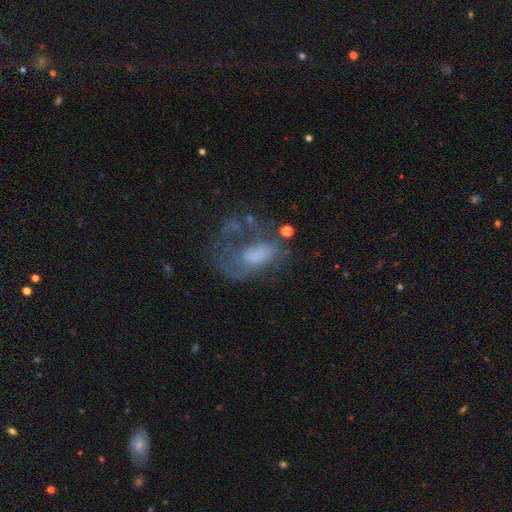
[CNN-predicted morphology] Smooth or featured: featured or disk — 58% (smooth — 30%)
Edge-on disk: no — 96% (yes — 4%)
Bar: no — 73% (weak — 21%)
Spiral arms: no — 59% (yes — 41%)
Bulge size: none — 33% (moderate — 29%)
Merging: major disturbance — 47% (none — 28%)